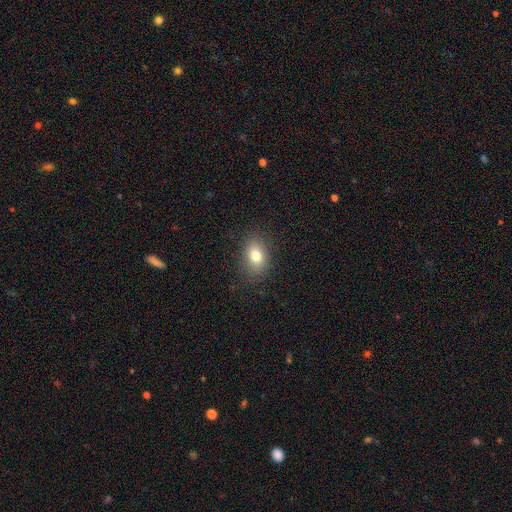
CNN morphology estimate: A smooth galaxy with no disk features (79%) that is in between round and cigar-shaped (76%). Merging: none (85%).